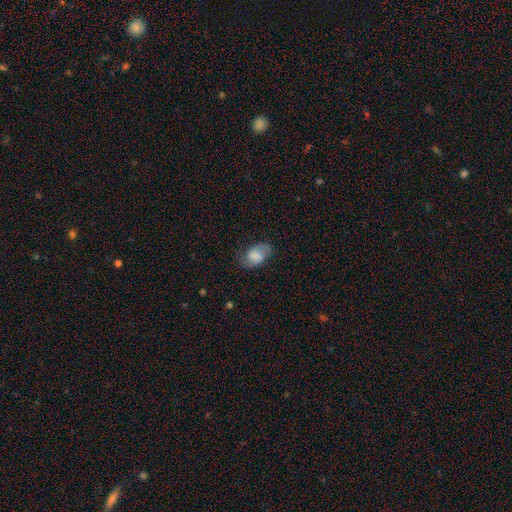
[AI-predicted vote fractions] Q: Smooth or featured?
A: smooth (62%); runner-up: featured or disk (29%)
Q: How rounded?
A: in between (88%); runner-up: round (11%)
Q: Merging?
A: none (65%); runner-up: minor disturbance (24%)